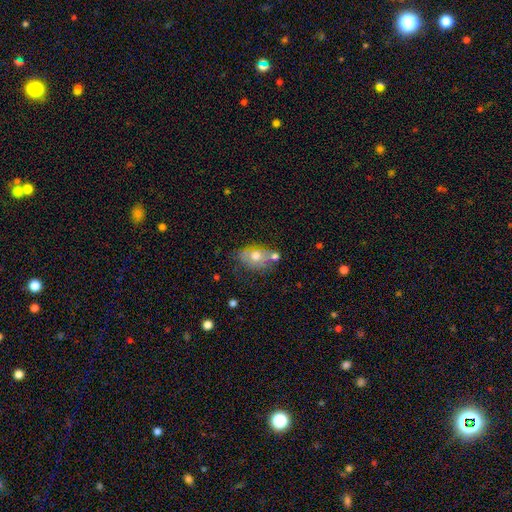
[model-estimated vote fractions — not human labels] Q: Smooth or featured?
A: smooth (58%); runner-up: featured or disk (32%)
Q: How rounded?
A: in between (78%); runner-up: round (19%)
Q: Merging?
A: none (48%); runner-up: minor disturbance (23%)